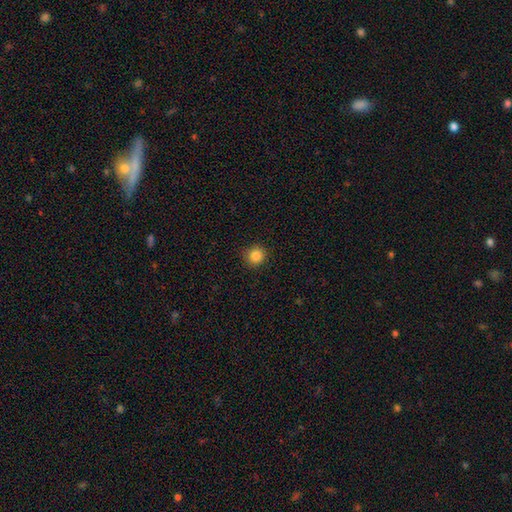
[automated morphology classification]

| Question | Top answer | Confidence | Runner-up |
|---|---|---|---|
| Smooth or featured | smooth | 85% | star or artifact (11%) |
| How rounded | round | 93% | in between (6%) |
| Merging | none | 90% | minor disturbance (7%) |